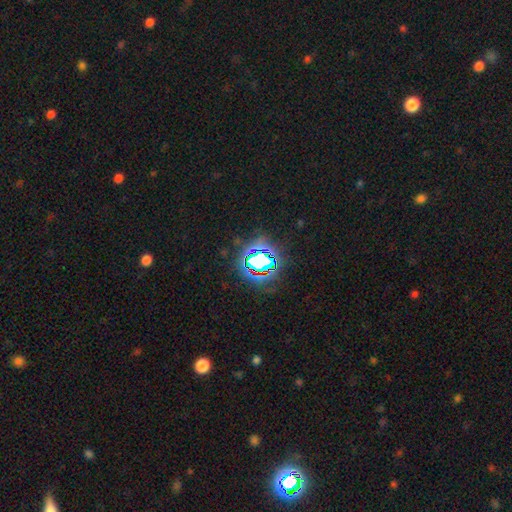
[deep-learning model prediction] Q: Smooth or featured?
A: star or artifact (80%); runner-up: smooth (12%)